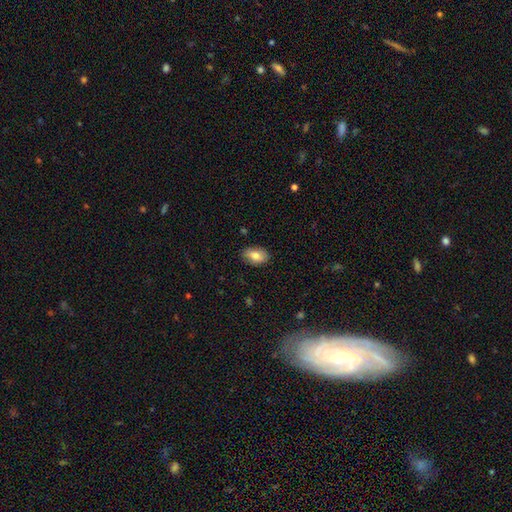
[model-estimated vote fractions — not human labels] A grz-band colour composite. It shows a smooth galaxy with no disk features (76%) that is in between round and cigar-shaped (90%). Merging: none (86%).